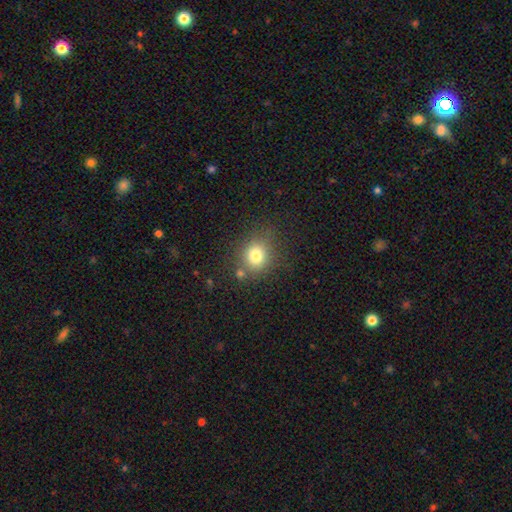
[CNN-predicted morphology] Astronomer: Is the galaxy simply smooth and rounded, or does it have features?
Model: smooth — 77%.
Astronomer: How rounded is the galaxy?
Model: round — 73%.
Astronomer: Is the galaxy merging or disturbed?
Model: none — 71%.